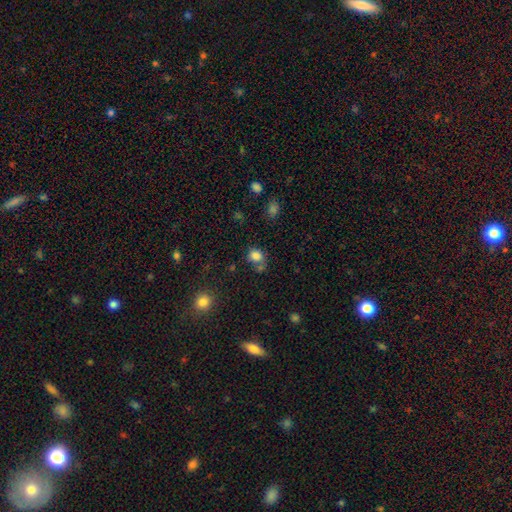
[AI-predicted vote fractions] smooth 82%, star or artifact 12%, featured or disk 6%. Down the decision tree: how rounded — round (65%); merging — none (56%).